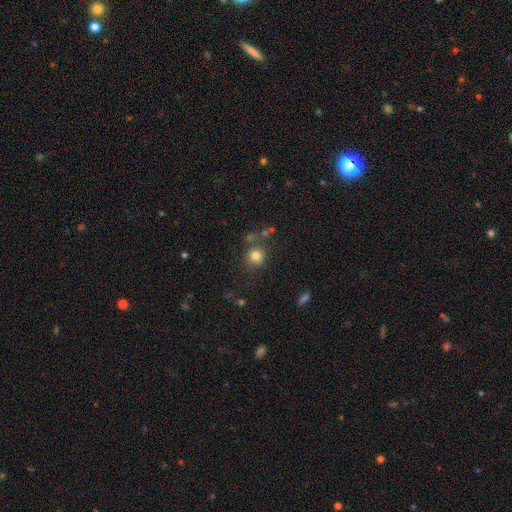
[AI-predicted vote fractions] Morphology: type=smooth (80%); roundness=round (86%); merging=none (72%).